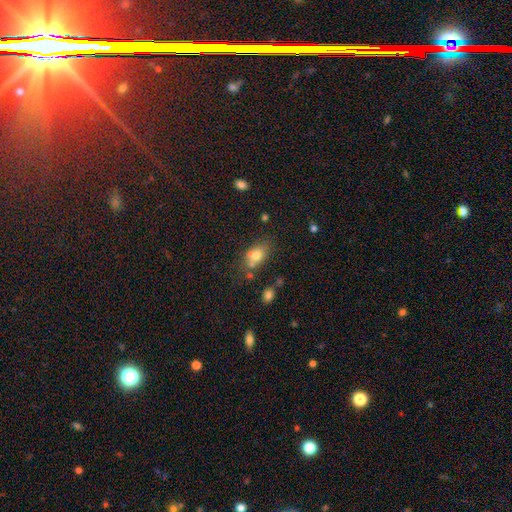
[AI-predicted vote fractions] Smooth or featured: smooth — 71% (featured or disk — 16%)
How rounded: in between — 70% (round — 27%)
Merging: none — 49% (merger — 27%)